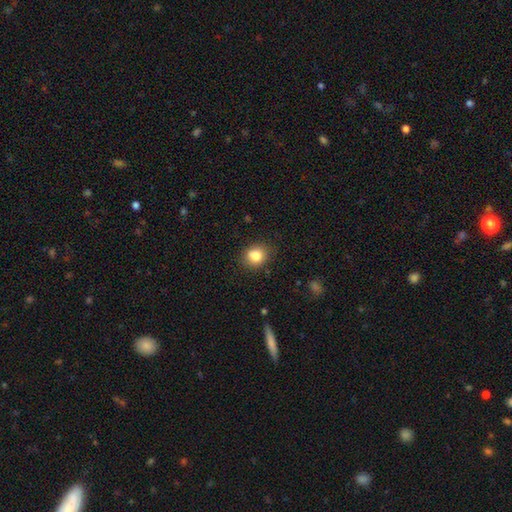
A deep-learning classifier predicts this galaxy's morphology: This appears to be a smooth galaxy with no disk features (83%) that is round (66%). Merging: none (79%).